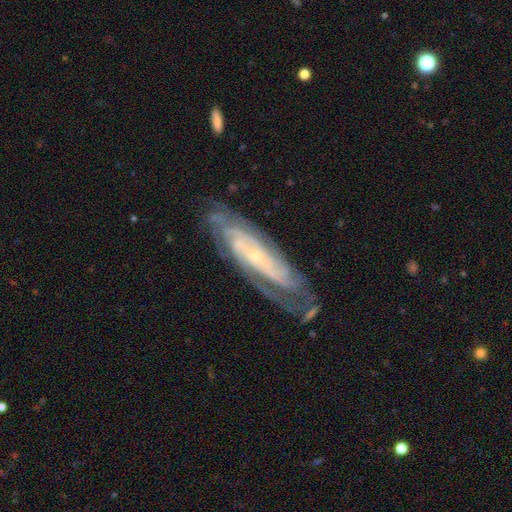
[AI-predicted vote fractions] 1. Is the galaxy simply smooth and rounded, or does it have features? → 86% featured or disk, 8% smooth, 6% star or artifact.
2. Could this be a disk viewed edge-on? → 85% no, 15% yes.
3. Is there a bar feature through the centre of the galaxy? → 65% no, 23% weak, 12% strong.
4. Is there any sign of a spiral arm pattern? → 96% yes, 4% no.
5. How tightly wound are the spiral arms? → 72% tight, 24% medium, 5% loose.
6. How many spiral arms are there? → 34% can't tell, 24% 2, 16% 3, 14% 4, 6% more than 4, 5% 1.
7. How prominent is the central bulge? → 81% small, 14% moderate, 2% none, 1% large, 1% dominant.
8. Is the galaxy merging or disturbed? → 73% none, 18% minor disturbance, 7% major disturbance, 2% merger.